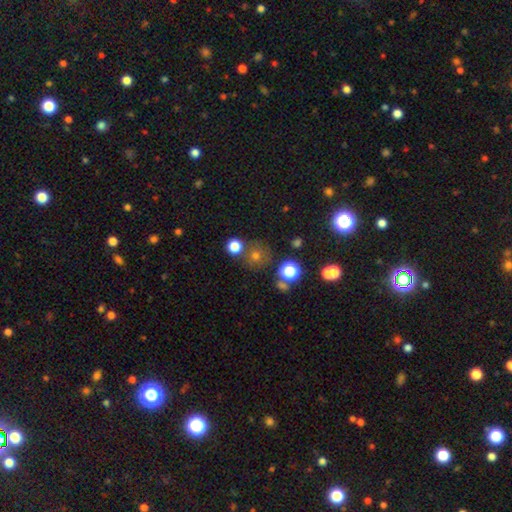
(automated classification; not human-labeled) Morphology: type=smooth (62%); roundness=round (90%); merging=none (73%).